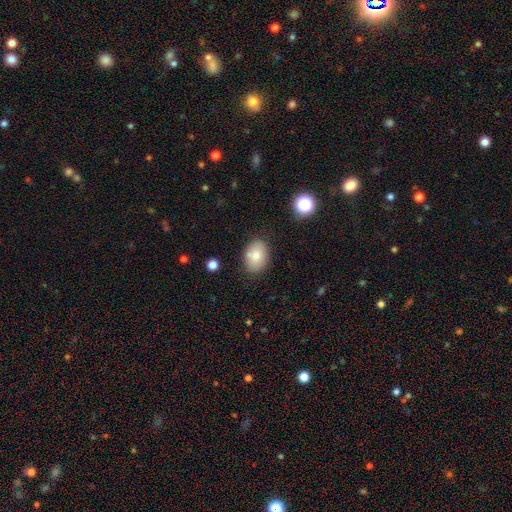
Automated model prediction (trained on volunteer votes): Smooth or featured? smooth (79%)
How rounded? in between (79%)
Merging? none (78%)